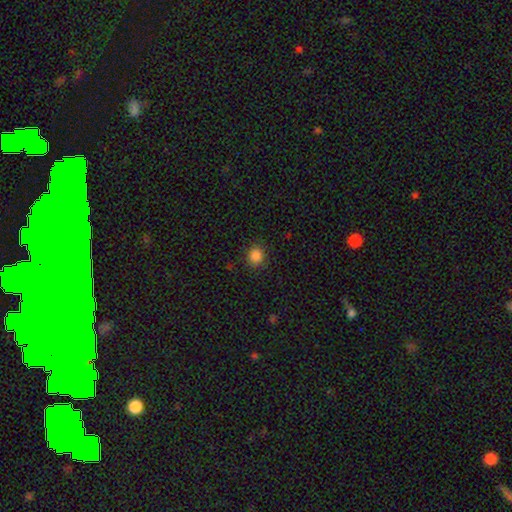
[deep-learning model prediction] Smooth or featured? Predicted: smooth (p=0.85). How rounded? Predicted: round (p=0.83). Merging? Predicted: none (p=0.89).